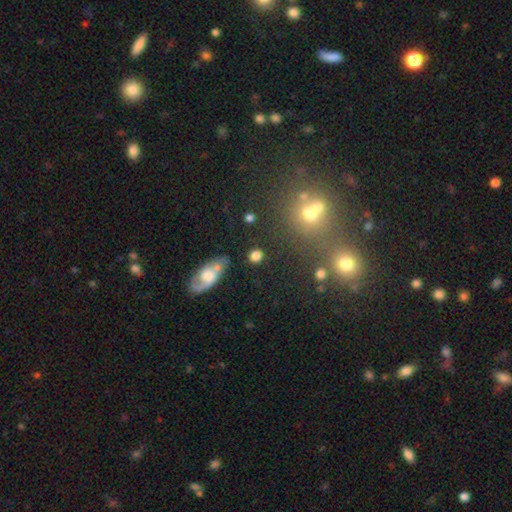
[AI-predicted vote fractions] smooth-or-featured: smooth: 80% | star or artifact: 12% | featured or disk: 8%
  how-rounded: round: 83% | in between: 15% | cigar-shaped: 2%
  merging: none: 79% | minor disturbance: 9% | merger: 7% | major disturbance: 4%